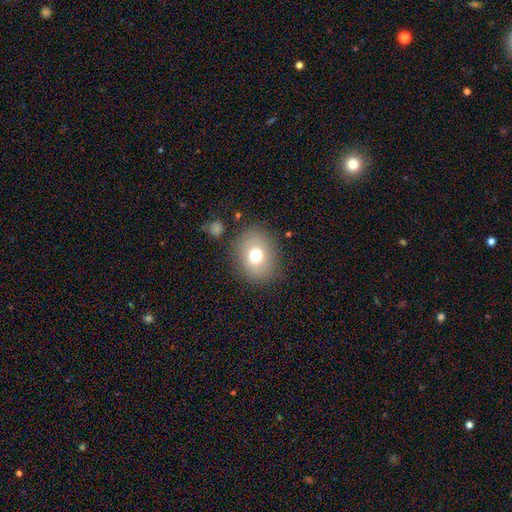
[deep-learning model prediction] This appears to be a smooth galaxy with no disk features (72%) that is round (58%). Merging: none (83%).